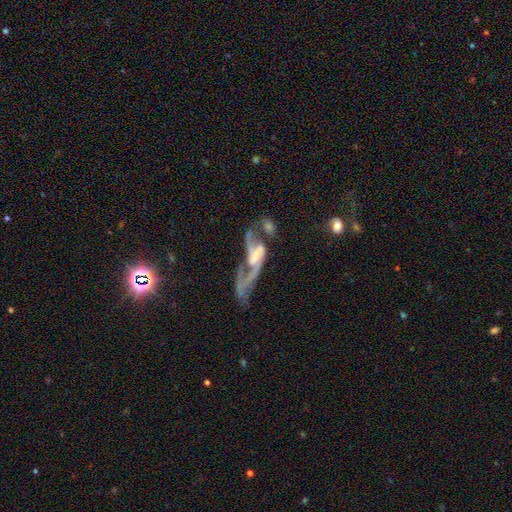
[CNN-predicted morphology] Smooth or featured?
  - featured or disk: 76% *
  - smooth: 15%
  - star or artifact: 9%
Edge-on disk?
  - no: 93% *
  - yes: 7%
Bar?
  - no: 45% *
  - weak: 33%
  - strong: 22%
Spiral arms?
  - yes: 76% *
  - no: 24%
Spiral winding?
  - loose: 68% *
  - medium: 25%
  - tight: 8%
Spiral arm count?
  - 2: 66% *
  - 1: 18%
  - can't tell: 9%
  - 3: 3%
  - 4: 2%
  - more than 4: 2%
Bulge size?
  - none: 36% *
  - small: 31%
  - moderate: 23%
  - large: 8%
  - dominant: 2%
Merging?
  - major disturbance: 43% *
  - merger: 29%
  - none: 18%
  - minor disturbance: 11%